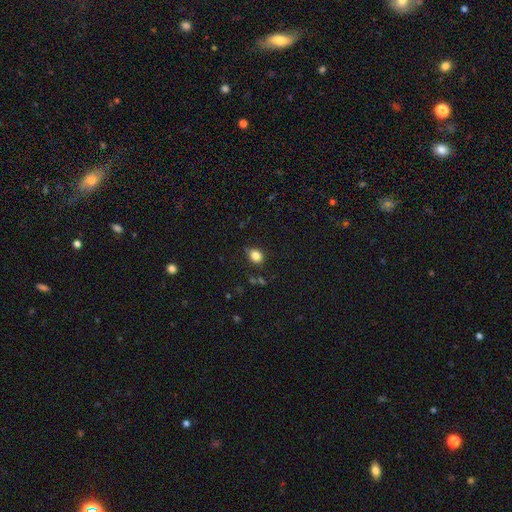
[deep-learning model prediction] This appears to be a smooth galaxy with no disk features (83%) that is round (55%). Merging: none (77%).